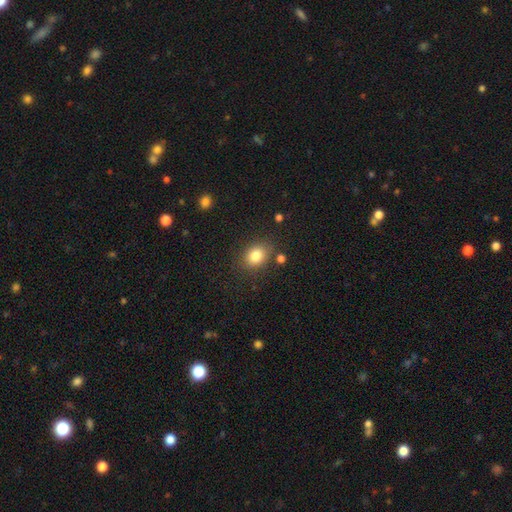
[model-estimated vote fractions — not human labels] The model was most divided on "how rounded": in between: 53%, round: 46%, cigar-shaped: 1%. More confident: smooth or featured — smooth (82%); merging — none (80%).